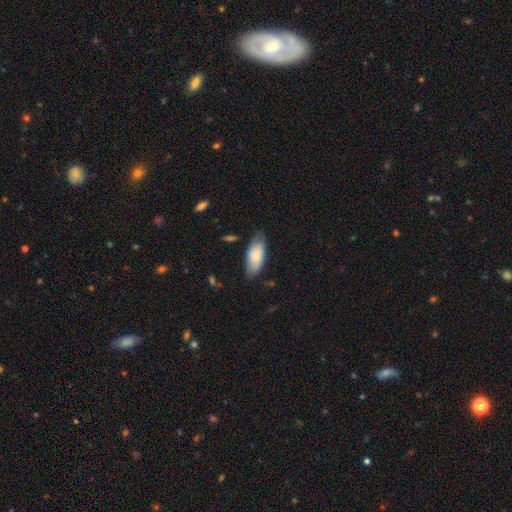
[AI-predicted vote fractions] A smooth galaxy with no disk features (80%) that is in between round and cigar-shaped (87%). Merging: none (71%).